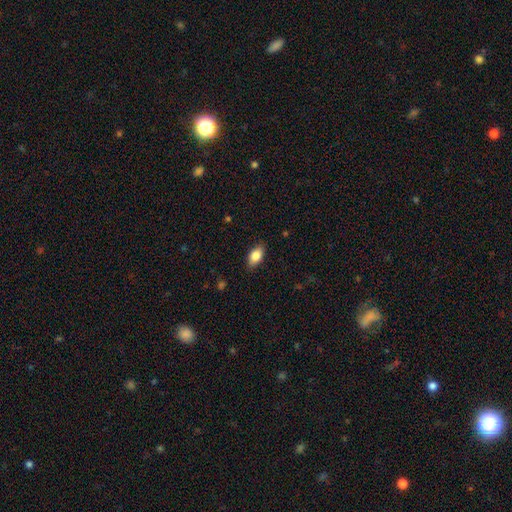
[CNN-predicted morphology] Q: Smooth or featured?
A: smooth (82%); runner-up: featured or disk (10%)
Q: How rounded?
A: in between (88%); runner-up: round (6%)
Q: Merging?
A: none (85%); runner-up: minor disturbance (12%)